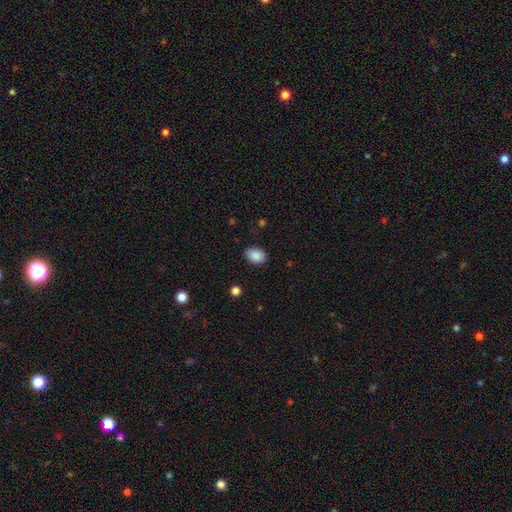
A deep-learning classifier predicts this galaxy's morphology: Q: Smooth or featured?
A: smooth (89%); runner-up: star or artifact (8%)
Q: How rounded?
A: in between (81%); runner-up: round (18%)
Q: Merging?
A: none (86%); runner-up: minor disturbance (10%)